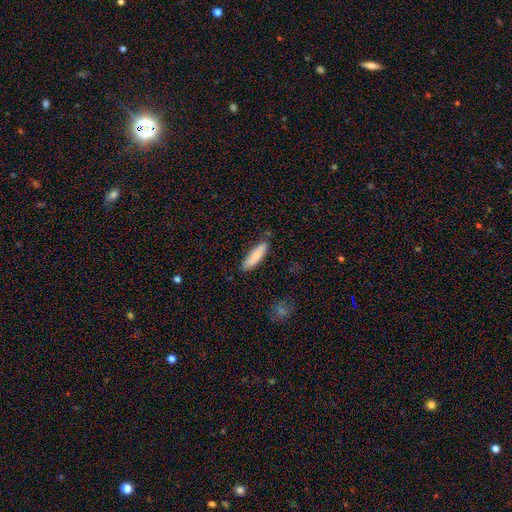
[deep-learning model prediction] Overall: smooth (84%). How rounded: cigar-shaped (64%; in between 35%). Merging: none (81%).